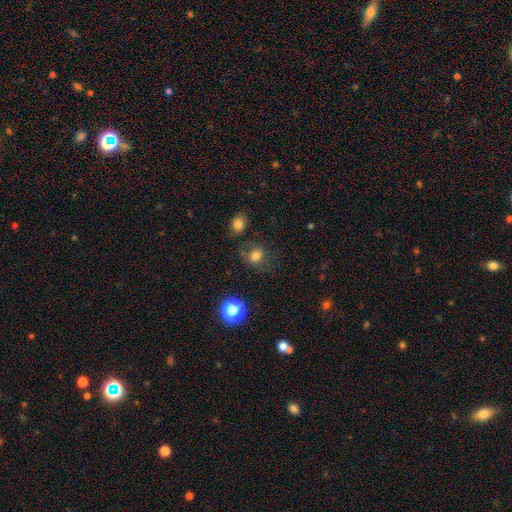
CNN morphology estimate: type=smooth (72%); roundness=round (67%); merging=none (66%).